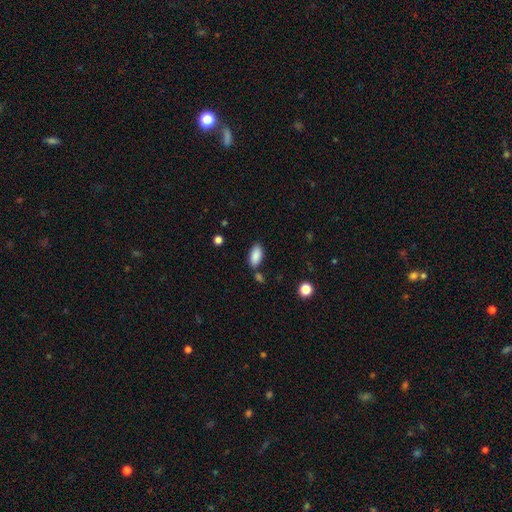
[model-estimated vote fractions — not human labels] Morphology: type=smooth (89%); roundness=in between (92%); merging=none (76%).